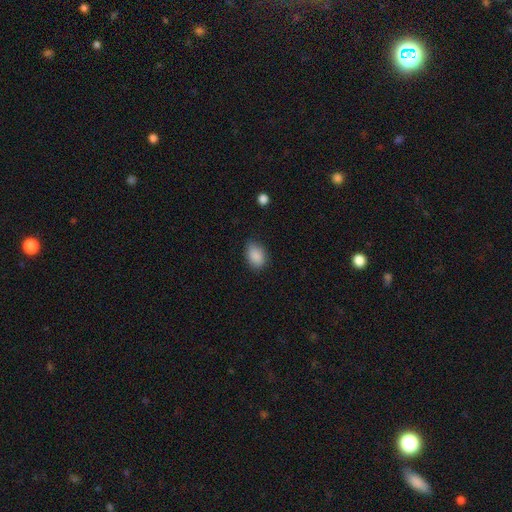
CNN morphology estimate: Overall: smooth (88%). How rounded: in between (81%). Merging: none (77%).